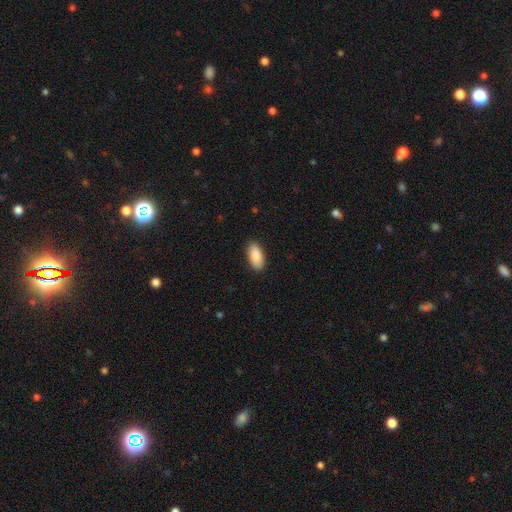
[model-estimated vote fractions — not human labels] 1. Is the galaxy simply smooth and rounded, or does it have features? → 90% smooth, 6% star or artifact, 4% featured or disk.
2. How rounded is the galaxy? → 91% in between, 8% cigar-shaped, 2% round.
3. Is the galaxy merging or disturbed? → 89% none, 8% minor disturbance, 2% major disturbance, 1% merger.